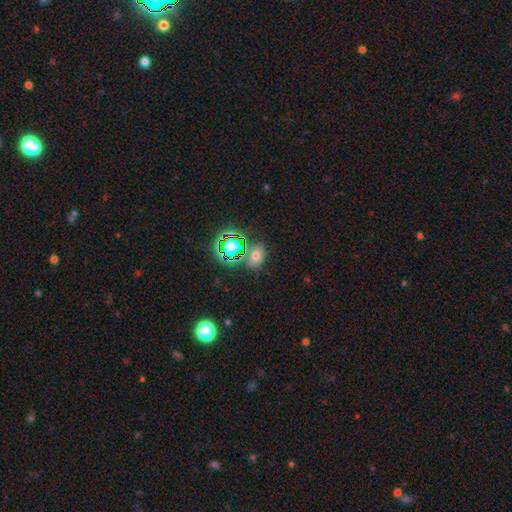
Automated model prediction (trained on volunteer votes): Morphology: type=smooth (57%); roundness=in between (72%); merging=none (72%).